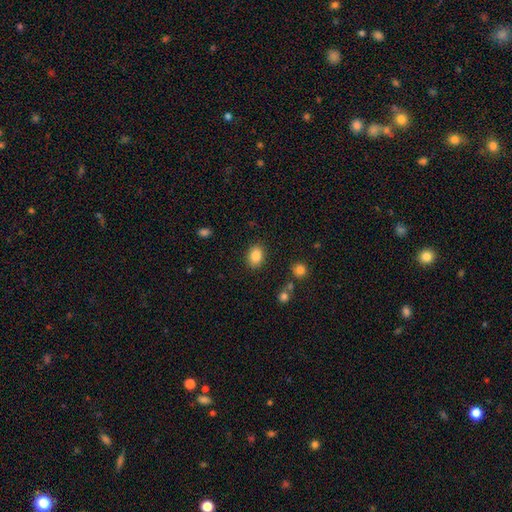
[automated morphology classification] smooth-or-featured: smooth: 85% | star or artifact: 9% | featured or disk: 6%
  how-rounded: in between: 69% | round: 30% | cigar-shaped: 1%
  merging: none: 87% | minor disturbance: 9% | major disturbance: 3% | merger: 2%